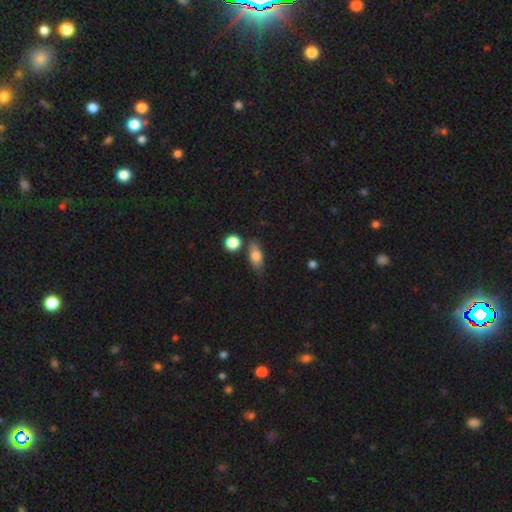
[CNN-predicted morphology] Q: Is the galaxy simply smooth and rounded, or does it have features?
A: smooth — 77%.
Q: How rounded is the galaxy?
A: in between — 78%.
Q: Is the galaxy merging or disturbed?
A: none — 73%.